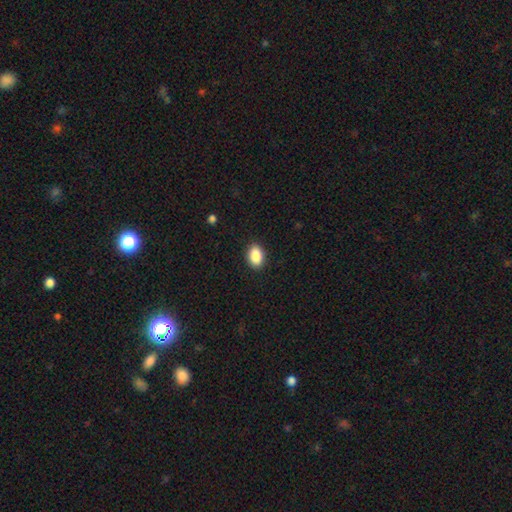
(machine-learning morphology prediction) smooth_or_featured: smooth (p=0.88) [alt: star or artifact p=0.08]
how_rounded: in between (p=0.86) [alt: round p=0.13]
merging: none (p=0.90) [alt: minor disturbance p=0.07]